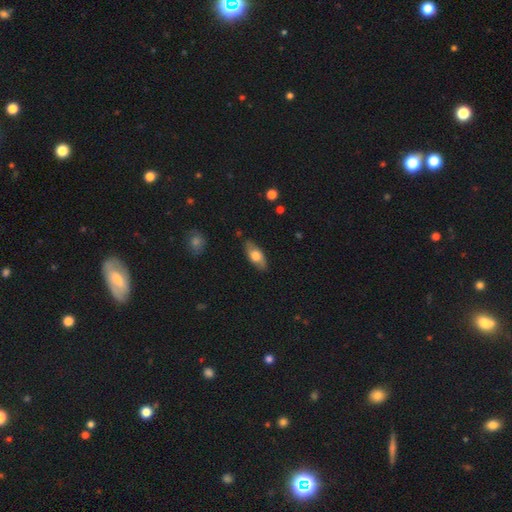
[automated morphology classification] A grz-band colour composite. It shows a smooth galaxy with no disk features (60%) that is in between round and cigar-shaped (79%). Merging: none (82%).